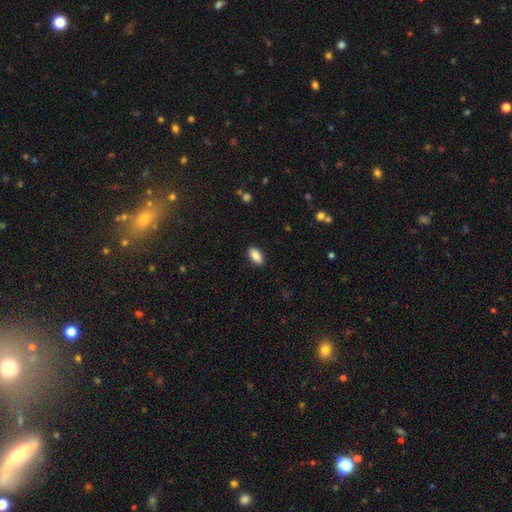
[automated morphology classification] This is clearly a smooth galaxy (88%). How rounded: clearly in between (92%). Merging: clearly none (89%).